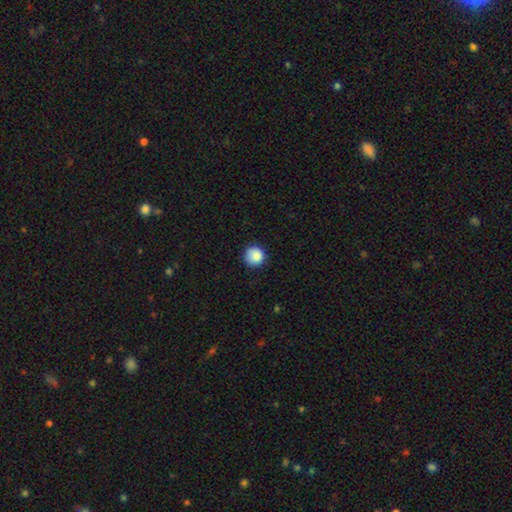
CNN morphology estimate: Smooth or featured? Predicted: smooth (p=0.87). How rounded? Predicted: round (p=0.94). Merging? Predicted: none (p=0.81).